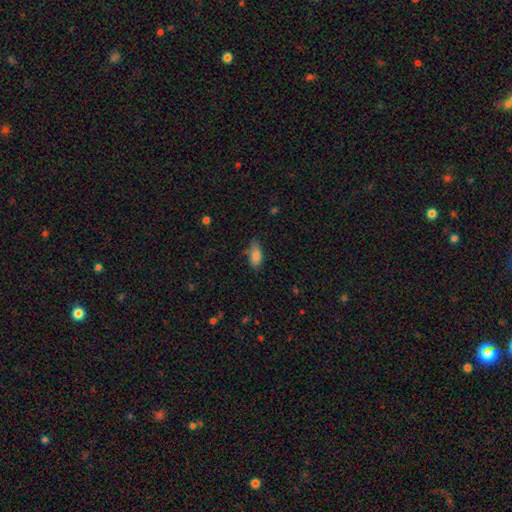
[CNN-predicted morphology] Smooth or featured: smooth — 84% (star or artifact — 8%)
How rounded: in between — 87% (cigar-shaped — 10%)
Merging: none — 65% (minor disturbance — 26%)